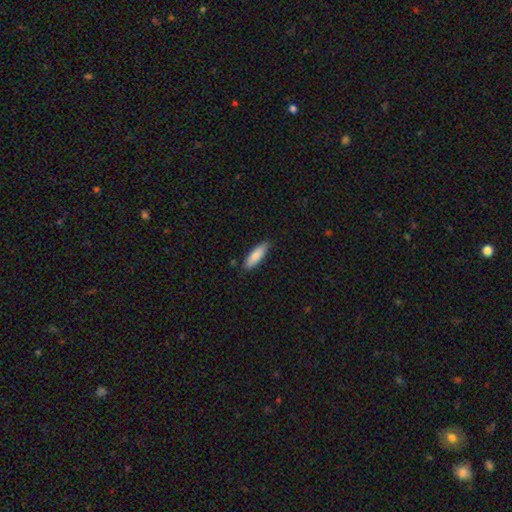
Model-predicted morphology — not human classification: Overall: smooth (85%). How rounded: cigar-shaped (58%; in between 41%). Merging: none (86%).